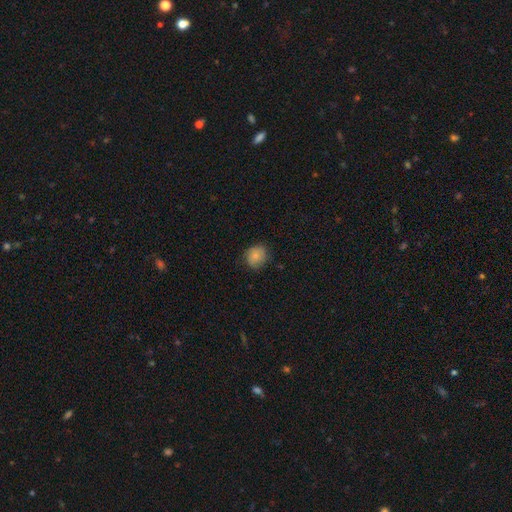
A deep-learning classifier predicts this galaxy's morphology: A smooth galaxy with no disk features (81%) that is round (76%). Merging: none (78%).